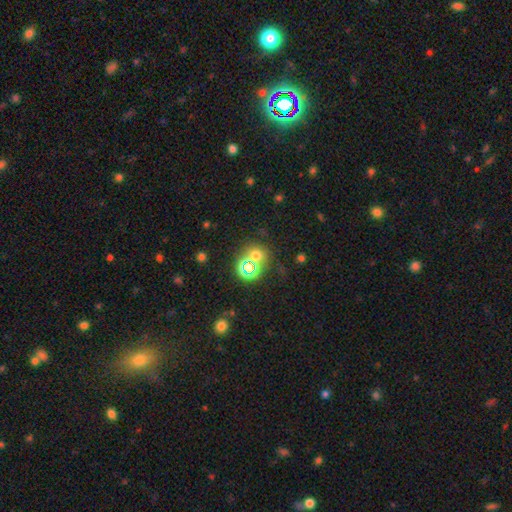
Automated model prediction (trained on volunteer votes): Smooth or featured?
  - smooth: 51% *
  - star or artifact: 40%
  - featured or disk: 9%
How rounded?
  - round: 83% *
  - in between: 16%
  - cigar-shaped: 1%
Merging?
  - none: 69% *
  - merger: 16%
  - minor disturbance: 10%
  - major disturbance: 6%